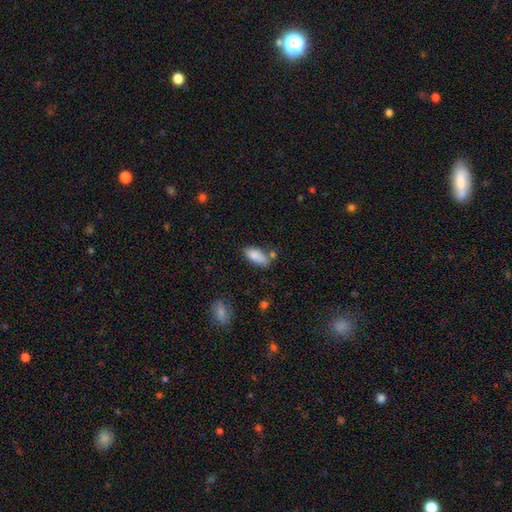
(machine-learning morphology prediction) A smooth galaxy with no disk features (86%) that is in between round and cigar-shaped (85%). Merging: none (61%).